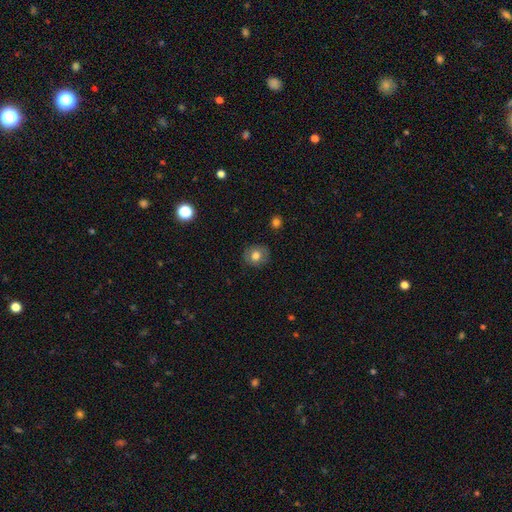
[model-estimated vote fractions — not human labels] smooth 73%, featured or disk 18%, star or artifact 9%. Down the decision tree: how rounded — round (81%); merging — none (85%).